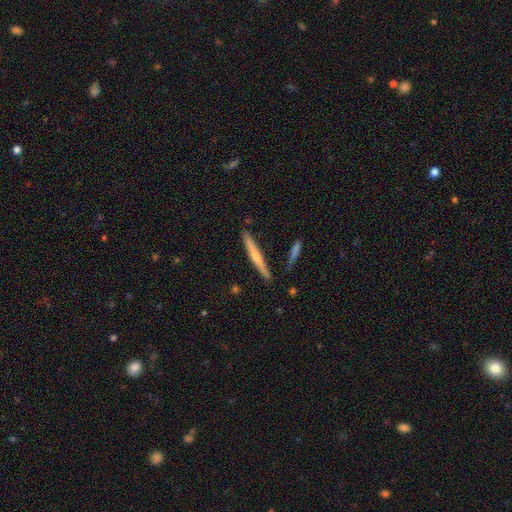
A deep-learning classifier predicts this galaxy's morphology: Smooth or featured? featured or disk (55%)
Edge-on disk? yes (97%)
Edge-on bulge? rounded (68%)
Merging? none (86%)